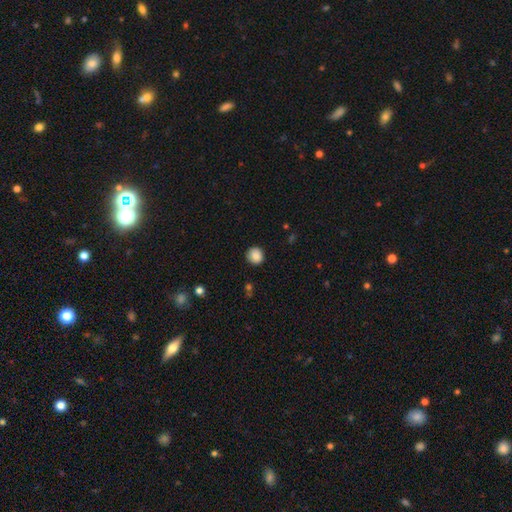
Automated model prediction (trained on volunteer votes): Smooth or featured?
  - smooth: 87% *
  - star or artifact: 9%
  - featured or disk: 4%
How rounded?
  - round: 87% *
  - in between: 12%
  - cigar-shaped: 1%
Merging?
  - none: 87% *
  - minor disturbance: 9%
  - major disturbance: 2%
  - merger: 1%